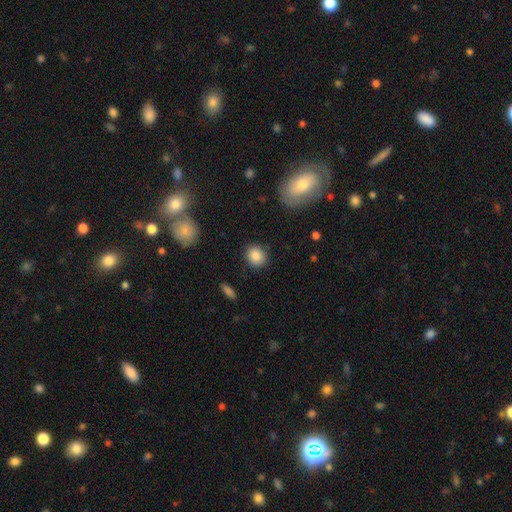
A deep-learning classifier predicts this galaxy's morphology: Q: Smooth or featured?
A: smooth (86%); runner-up: star or artifact (8%)
Q: How rounded?
A: round (70%); runner-up: in between (28%)
Q: Merging?
A: none (88%); runner-up: minor disturbance (9%)